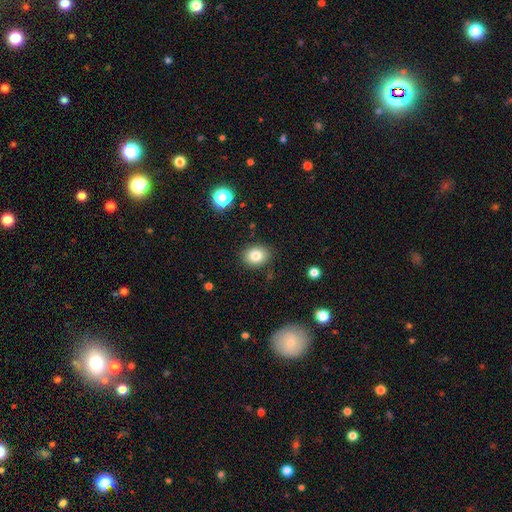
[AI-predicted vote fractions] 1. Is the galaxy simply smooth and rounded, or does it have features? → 82% smooth, 10% star or artifact, 8% featured or disk.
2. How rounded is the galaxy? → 51% round, 48% in between, 1% cigar-shaped.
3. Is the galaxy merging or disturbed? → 87% none, 9% minor disturbance, 2% major disturbance, 2% merger.